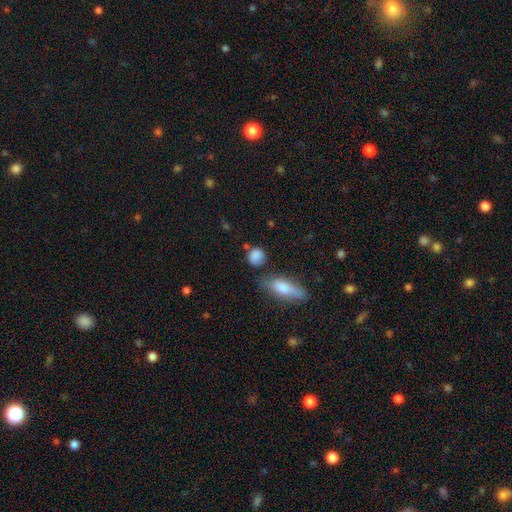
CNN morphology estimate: type=smooth (85%); roundness=round (70%); merging=none (66%).